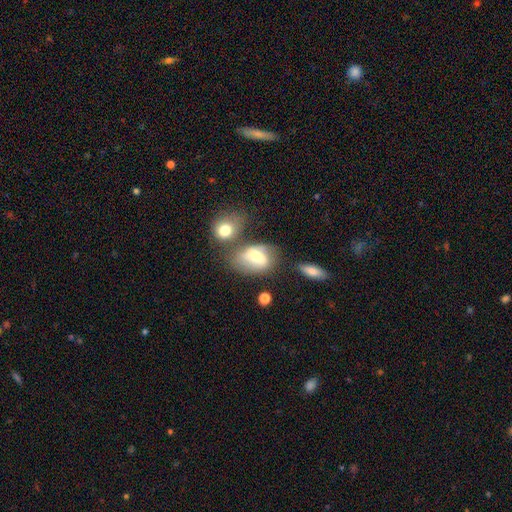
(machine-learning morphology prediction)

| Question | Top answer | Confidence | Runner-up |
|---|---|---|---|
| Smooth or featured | smooth | 50% | featured or disk (41%) |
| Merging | none | 44% | merger (24%) |